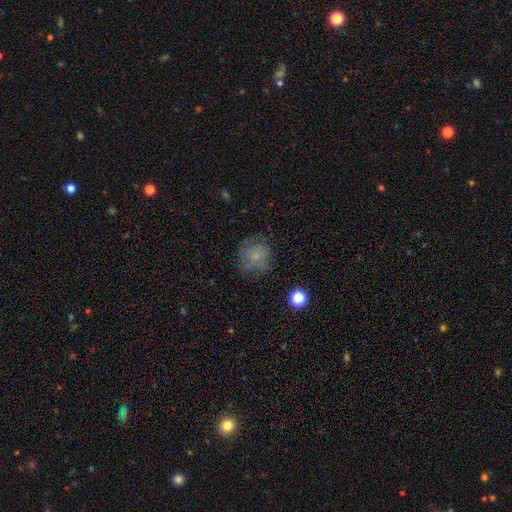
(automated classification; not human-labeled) A smooth galaxy with no disk features (71%) that is round (87%). Merging: none (67%).